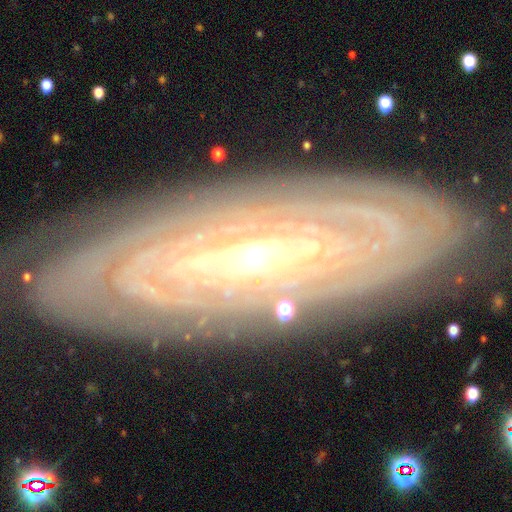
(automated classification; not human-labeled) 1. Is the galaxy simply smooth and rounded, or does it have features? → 85% featured or disk, 8% smooth, 7% star or artifact.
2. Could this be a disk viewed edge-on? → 77% no, 23% yes.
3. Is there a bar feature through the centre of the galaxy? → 65% no, 22% weak, 13% strong.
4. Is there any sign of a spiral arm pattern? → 89% yes, 11% no.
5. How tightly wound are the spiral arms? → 84% tight, 12% medium, 4% loose.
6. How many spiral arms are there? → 47% can't tell, 15% 2, 12% 3, 10% more than 4, 10% 4, 7% 1.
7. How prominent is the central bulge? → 54% small, 39% moderate, 3% large, 2% none, 1% dominant.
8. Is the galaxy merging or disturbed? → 82% none, 13% minor disturbance, 3% major disturbance, 2% merger.